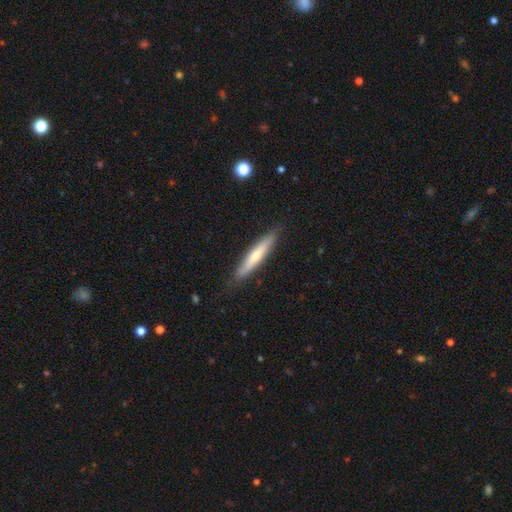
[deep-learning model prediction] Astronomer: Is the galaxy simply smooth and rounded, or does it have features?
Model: smooth — 58% (runner-up: featured or disk, 37%).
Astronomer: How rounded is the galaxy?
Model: cigar-shaped — 90%.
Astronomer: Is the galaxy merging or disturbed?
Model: none — 86%.